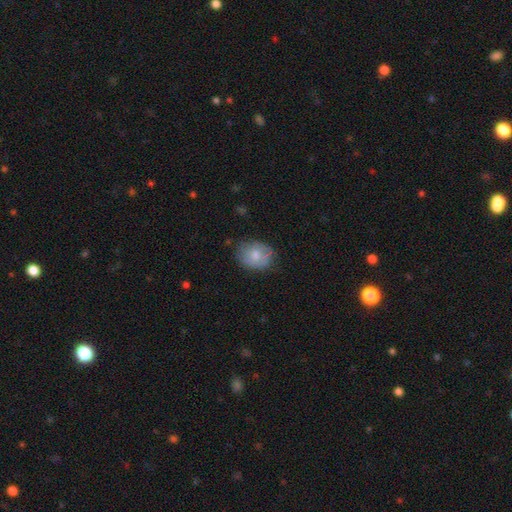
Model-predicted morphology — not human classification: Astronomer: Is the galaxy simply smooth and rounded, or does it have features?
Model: smooth — 65%.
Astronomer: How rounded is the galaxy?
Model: in between — 51% (runner-up: round, 48%).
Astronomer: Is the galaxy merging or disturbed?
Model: none — 65%.